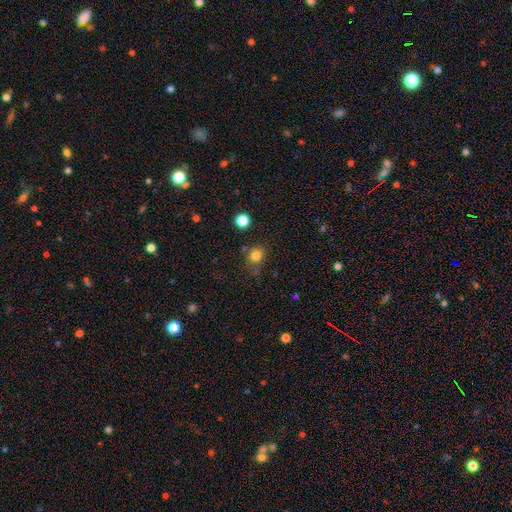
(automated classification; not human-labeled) Smooth or featured?
  - smooth: 81% *
  - star or artifact: 13%
  - featured or disk: 6%
How rounded?
  - round: 77% *
  - in between: 22%
  - cigar-shaped: 1%
Merging?
  - none: 66% *
  - minor disturbance: 20%
  - major disturbance: 7%
  - merger: 6%